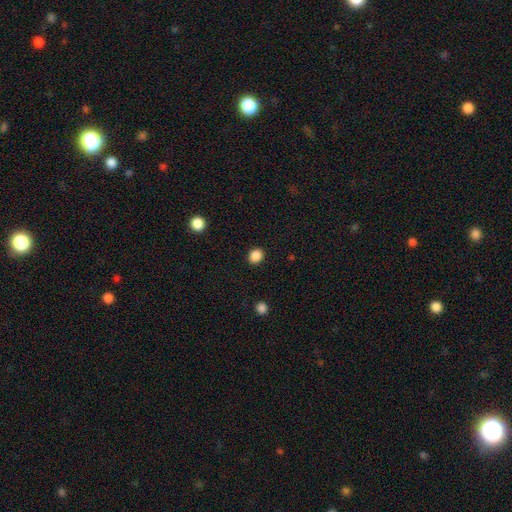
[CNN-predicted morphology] This appears to be a smooth galaxy with no disk features (87%) that is round (71%). Merging: none (91%).